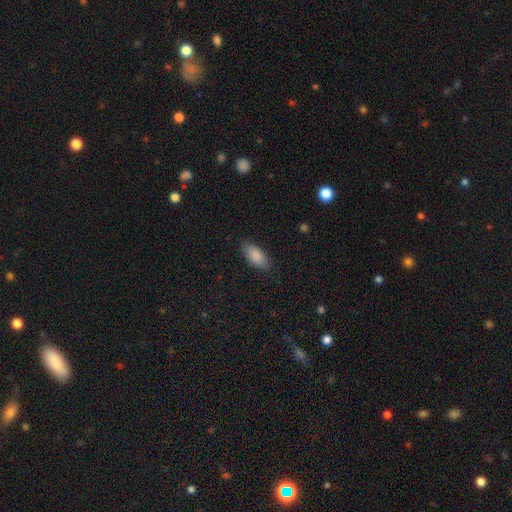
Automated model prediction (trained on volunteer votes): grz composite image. It shows a smooth galaxy with no disk features (88%) that is in between round and cigar-shaped (88%). Merging: none (85%).